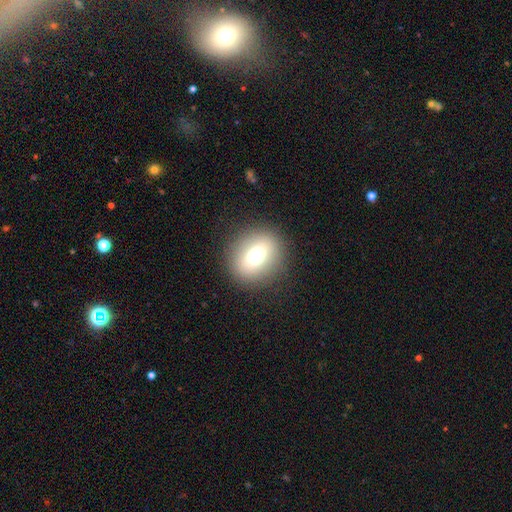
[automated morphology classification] Smooth or featured: smooth — 70% (featured or disk — 16%)
How rounded: round — 66% (in between — 32%)
Merging: none — 87% (minor disturbance — 8%)